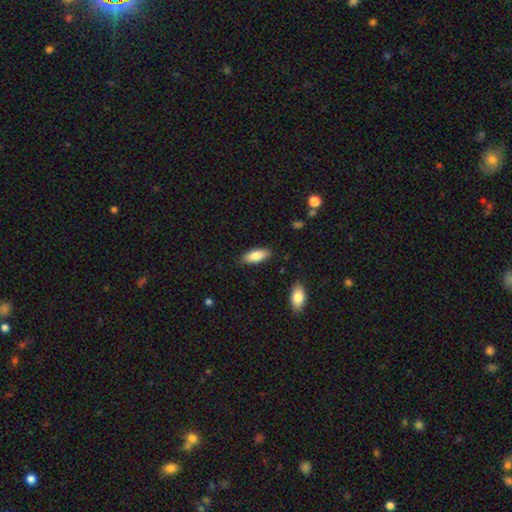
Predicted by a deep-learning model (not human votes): Q: Smooth or featured?
A: smooth (83%); runner-up: featured or disk (11%)
Q: How rounded?
A: in between (77%); runner-up: cigar-shaped (21%)
Q: Merging?
A: none (86%); runner-up: minor disturbance (11%)